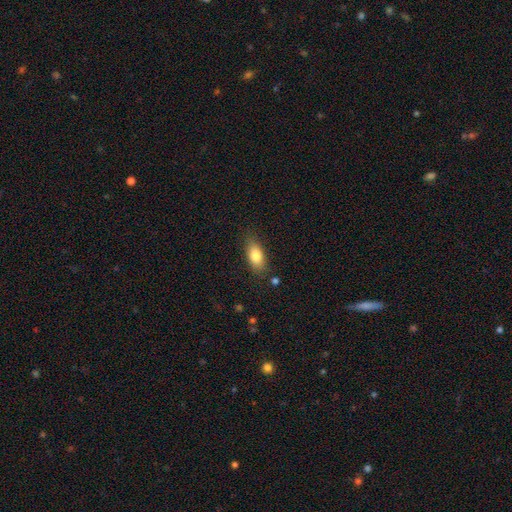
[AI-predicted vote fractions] A smooth galaxy with no disk features (81%) that is in between round and cigar-shaped (85%). Merging: none (81%).